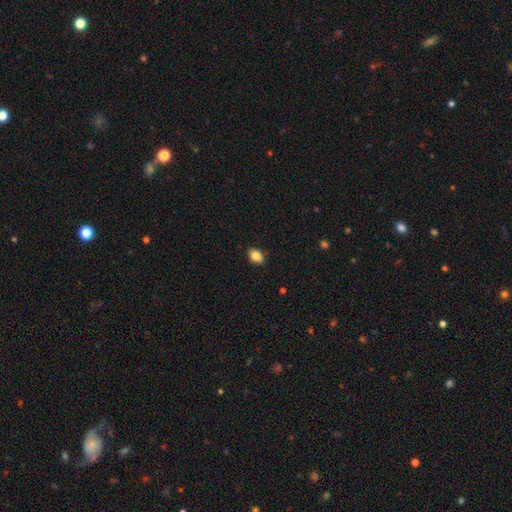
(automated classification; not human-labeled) Q: Smooth or featured?
A: smooth (84%); runner-up: star or artifact (9%)
Q: How rounded?
A: in between (77%); runner-up: round (22%)
Q: Merging?
A: none (86%); runner-up: minor disturbance (11%)